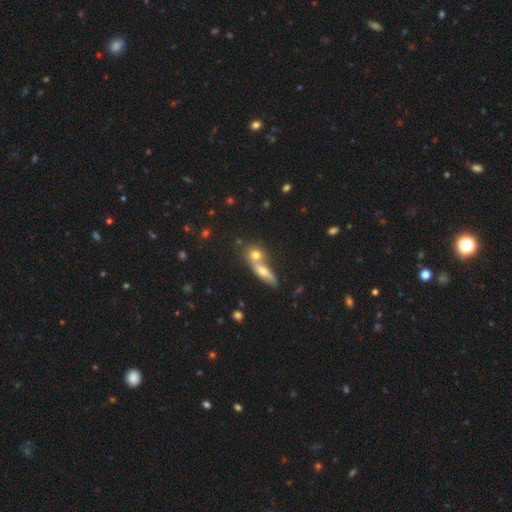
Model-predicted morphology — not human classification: smooth-or-featured: smooth: 57% | featured or disk: 26% | star or artifact: 17%
  how-rounded: in between: 43% | round: 30% | cigar-shaped: 28%
  merging: merger: 53% | none: 34% | minor disturbance: 8% | major disturbance: 5%